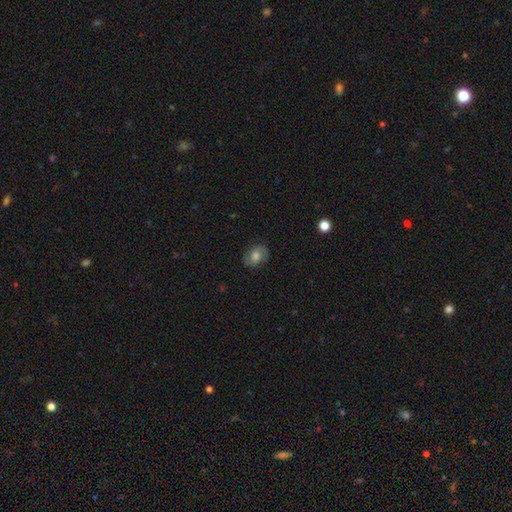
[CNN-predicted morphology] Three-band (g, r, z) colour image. It shows a featured or disk galaxy (50%). Merging: none (80%).